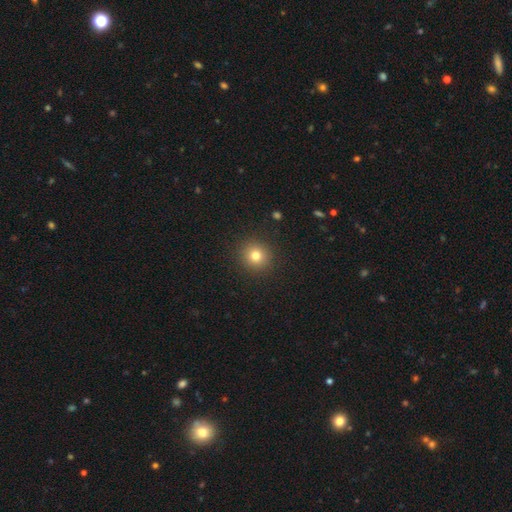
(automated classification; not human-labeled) Q: Smooth or featured?
A: smooth (79%); runner-up: star or artifact (13%)
Q: How rounded?
A: round (92%); runner-up: in between (7%)
Q: Merging?
A: none (91%); runner-up: minor disturbance (5%)